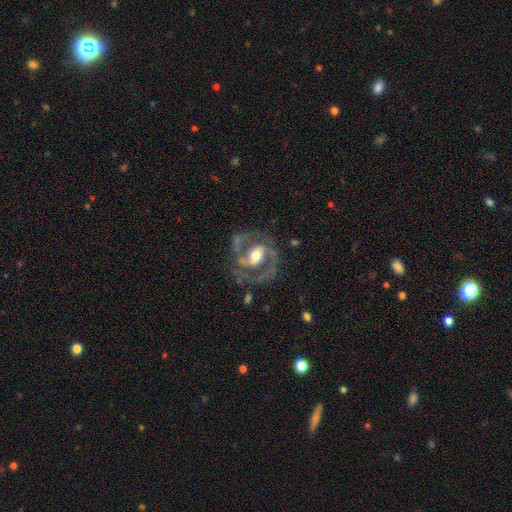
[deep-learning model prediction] Q: Smooth or featured?
A: featured or disk (88%); runner-up: smooth (7%)
Q: Edge-on disk?
A: no (97%); runner-up: yes (3%)
Q: Bar?
A: weak (41%); runner-up: strong (33%)
Q: Spiral arms?
A: yes (95%); runner-up: no (5%)
Q: Spiral winding?
A: medium (61%); runner-up: tight (26%)
Q: Spiral arm count?
A: 2 (92%); runner-up: can't tell (3%)
Q: Bulge size?
A: moderate (67%); runner-up: small (16%)
Q: Merging?
A: none (76%); runner-up: minor disturbance (14%)